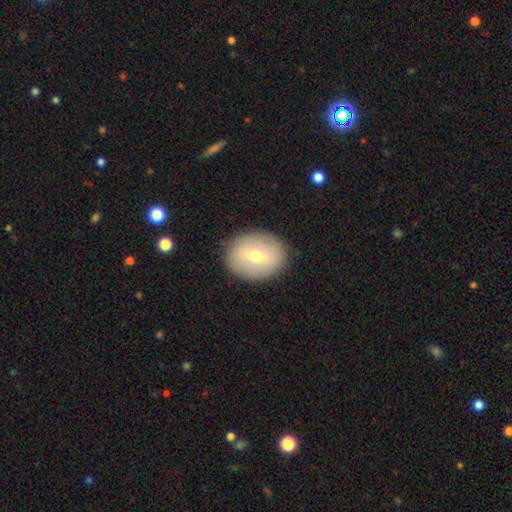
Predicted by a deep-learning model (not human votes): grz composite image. It shows a smooth galaxy with no disk features (53%) that is round (50%). Merging: none (88%).